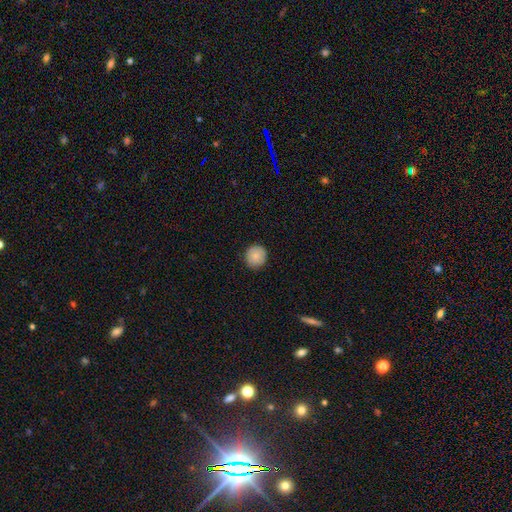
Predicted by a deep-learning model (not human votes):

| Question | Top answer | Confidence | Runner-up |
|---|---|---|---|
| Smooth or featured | smooth | 84% | featured or disk (9%) |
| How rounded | round | 93% | in between (6%) |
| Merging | none | 89% | minor disturbance (9%) |